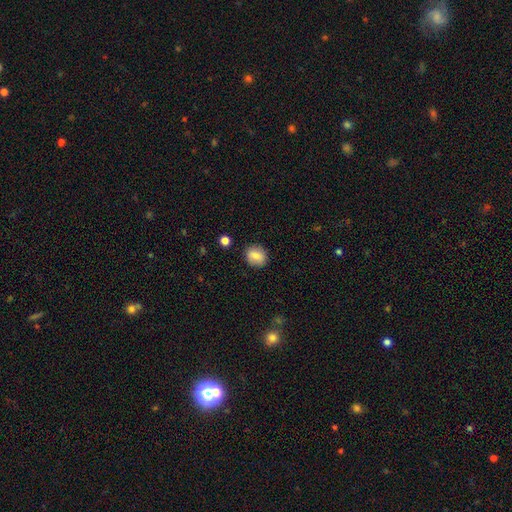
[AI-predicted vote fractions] This appears to be a smooth galaxy with no disk features (81%) that is round (63%). Merging: none (86%).